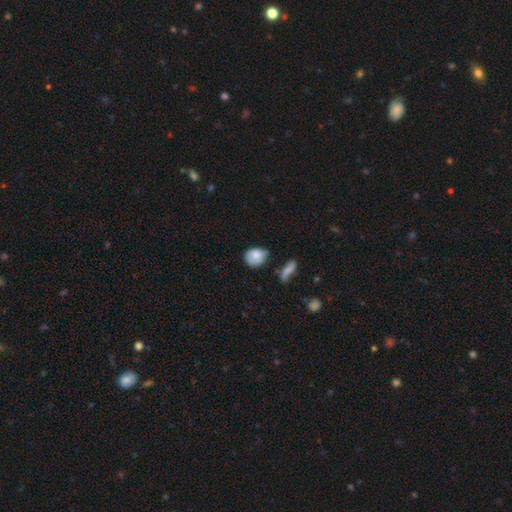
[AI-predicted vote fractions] Smooth or featured? Predicted: smooth (p=0.80). How rounded? Predicted: in between (p=0.50). Merging? Predicted: none (p=0.49).